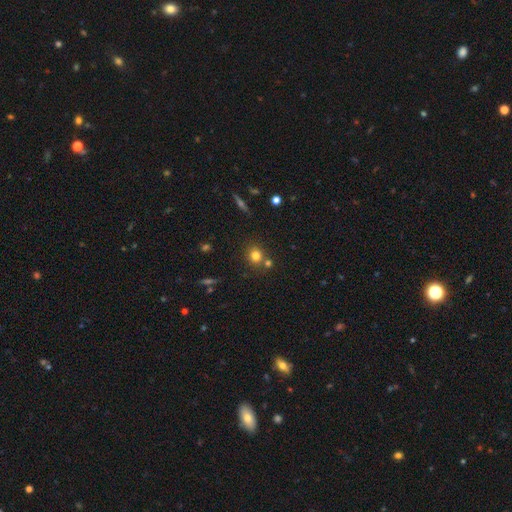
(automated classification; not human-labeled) Smooth or featured? Predicted: smooth (p=0.77). How rounded? Predicted: round (p=0.82). Merging? Predicted: none (p=0.69).